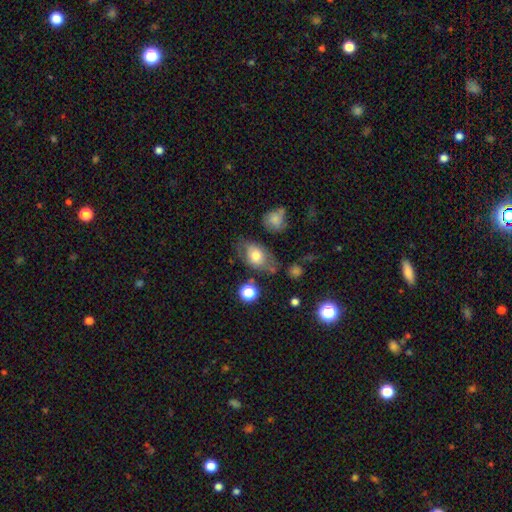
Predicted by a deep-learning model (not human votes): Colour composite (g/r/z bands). It shows a smooth galaxy with no disk features (67%) that is in between round and cigar-shaped (81%). Merging: none (56%).